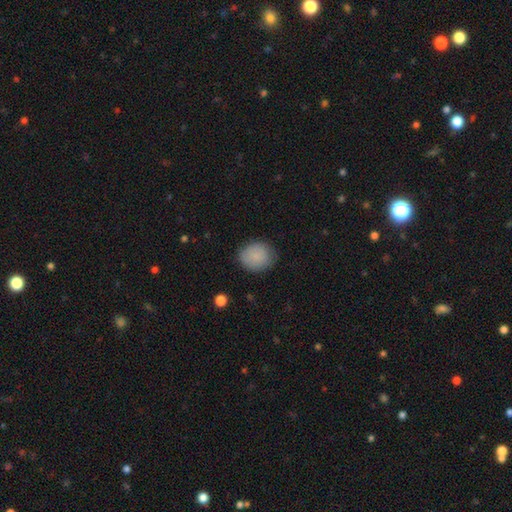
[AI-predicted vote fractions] Smooth or featured: smooth — 86% (star or artifact — 8%)
How rounded: round — 68% (in between — 31%)
Merging: none — 79% (minor disturbance — 16%)